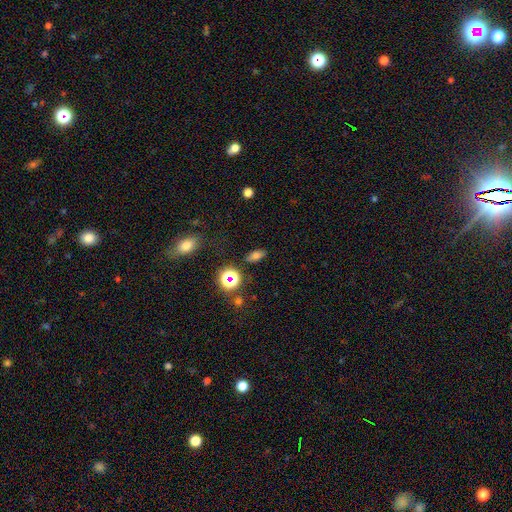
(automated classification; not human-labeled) A smooth galaxy with no disk features (70%) that is in between round and cigar-shaped (81%). Merging: none (84%).